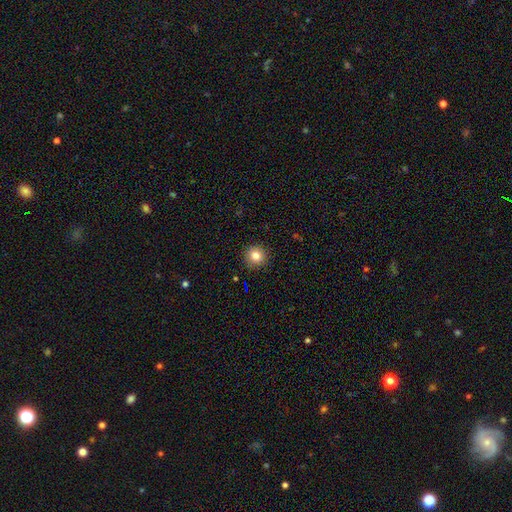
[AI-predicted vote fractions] A smooth galaxy with no disk features (82%) that is round (94%). Merging: none (92%).